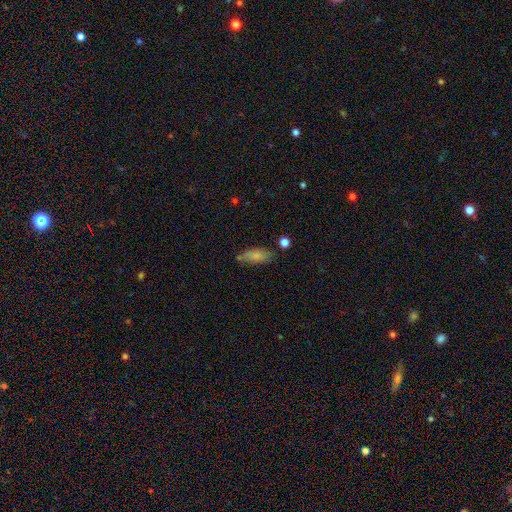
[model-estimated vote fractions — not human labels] This is likely a smooth galaxy (75%). How rounded: clearly in between (81%). Merging: likely none (61%).